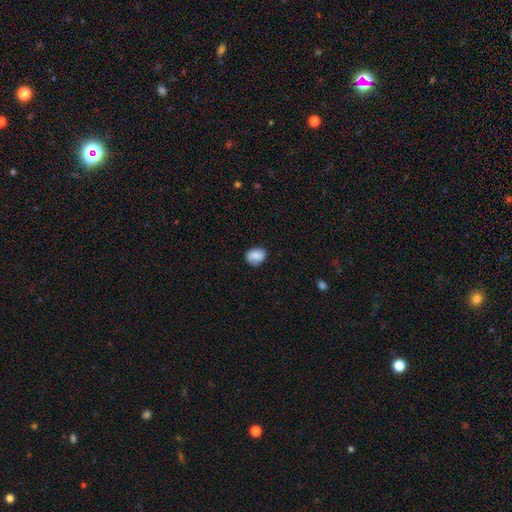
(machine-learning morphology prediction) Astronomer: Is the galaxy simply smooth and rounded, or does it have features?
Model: smooth — 78%.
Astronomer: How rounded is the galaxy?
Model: in between — 55% (runner-up: round, 44%).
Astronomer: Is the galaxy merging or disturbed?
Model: none — 79%.